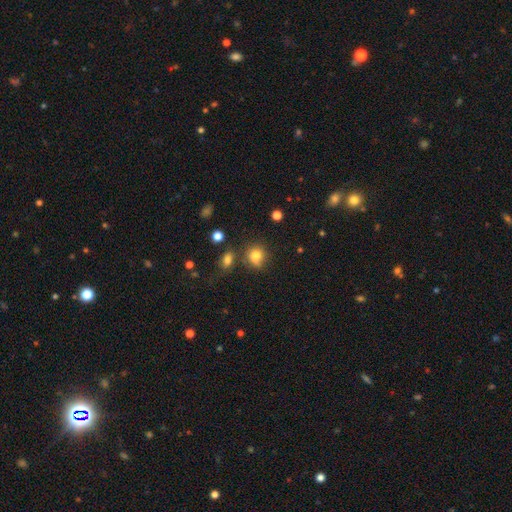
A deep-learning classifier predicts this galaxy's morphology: This is likely a smooth galaxy (79%). How rounded: likely round (77%). Merging: likely none (63%).